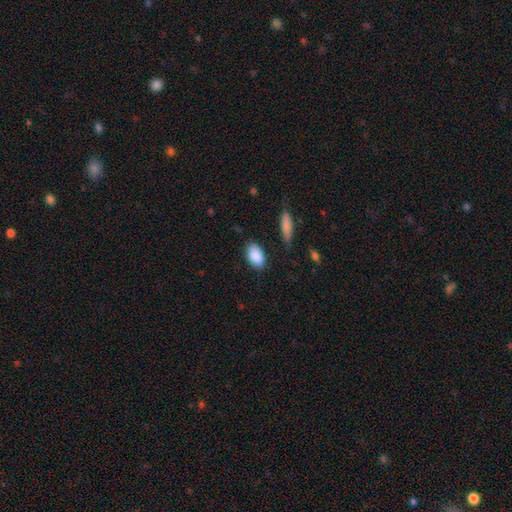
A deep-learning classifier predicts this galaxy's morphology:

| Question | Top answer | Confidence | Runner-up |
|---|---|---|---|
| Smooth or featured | smooth | 89% | star or artifact (6%) |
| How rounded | in between | 90% | round (8%) |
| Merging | none | 82% | minor disturbance (12%) |